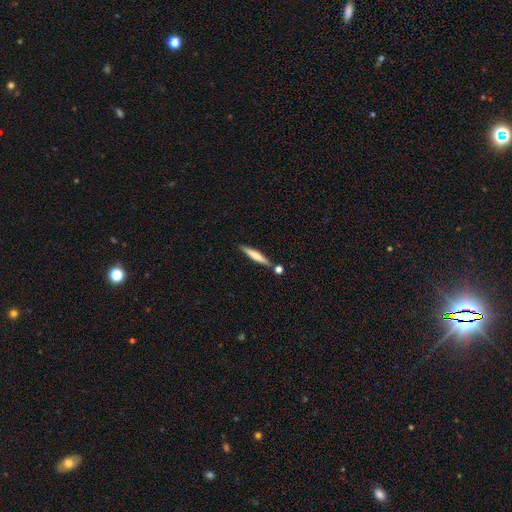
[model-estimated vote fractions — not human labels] Morphology: type=smooth (59%); roundness=cigar-shaped (92%); merging=none (78%).